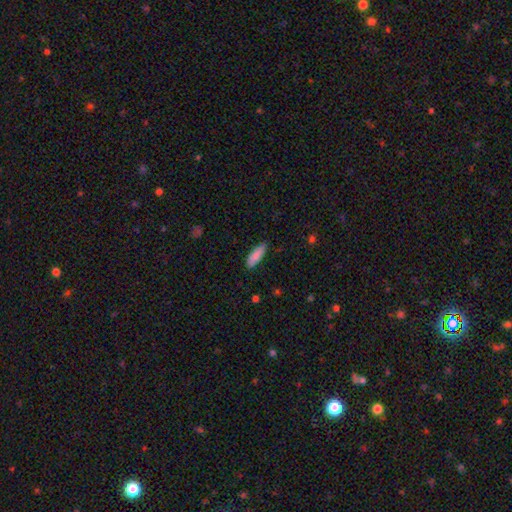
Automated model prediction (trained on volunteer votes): The model was most divided on "how rounded": in between: 50%, cigar-shaped: 48%, round: 2%. More confident: smooth or featured — smooth (87%); merging — none (84%).